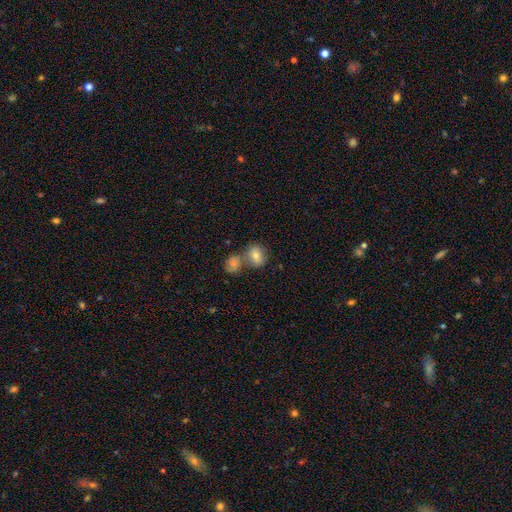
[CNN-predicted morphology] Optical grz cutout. It shows a smooth galaxy with no disk features (77%) that is round (64%). Merging: none (46%).